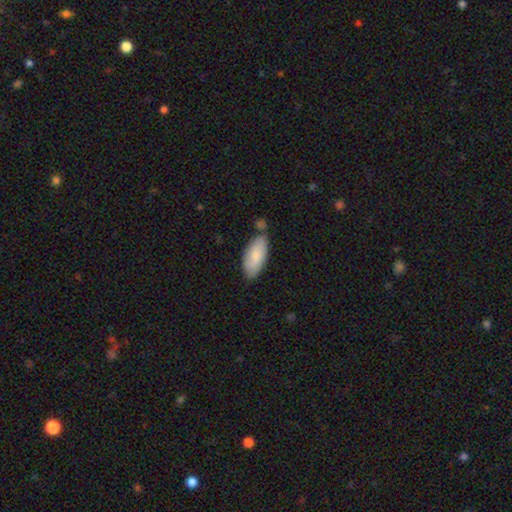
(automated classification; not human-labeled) This is clearly a smooth galaxy (81%). How rounded: clearly in between (90%). Merging: likely none (66%).